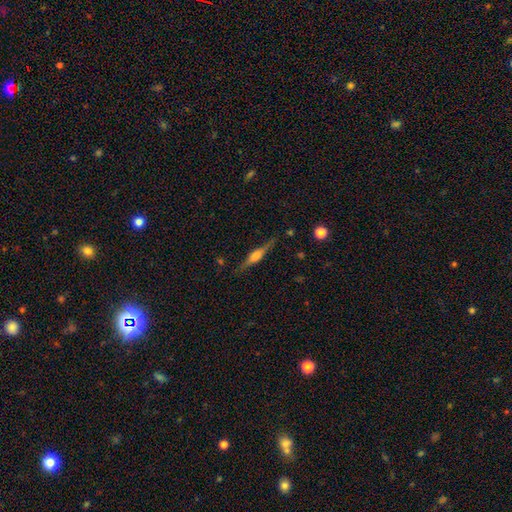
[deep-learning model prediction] smooth_or_featured: featured or disk (p=0.69) [alt: smooth p=0.24]
disk_edge_on: yes (p=0.97) [alt: no p=0.03]
edge_on_bulge: rounded (p=0.72) [alt: boxy p=0.24]
merging: none (p=0.84) [alt: minor disturbance p=0.12]